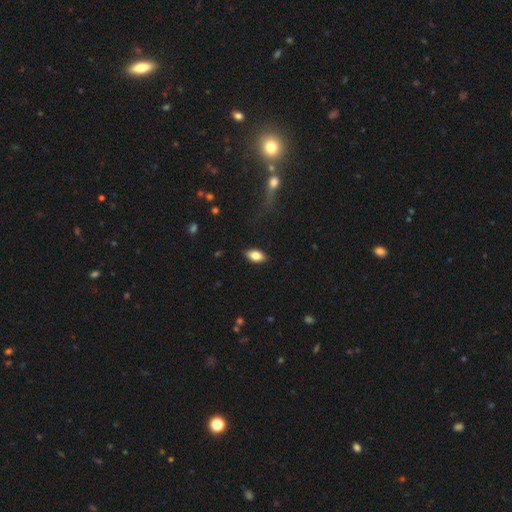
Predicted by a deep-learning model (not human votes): smooth-or-featured: smooth: 80% | featured or disk: 12% | star or artifact: 7%
  how-rounded: in between: 91% | round: 5% | cigar-shaped: 4%
  merging: none: 87% | minor disturbance: 10% | major disturbance: 2% | merger: 1%